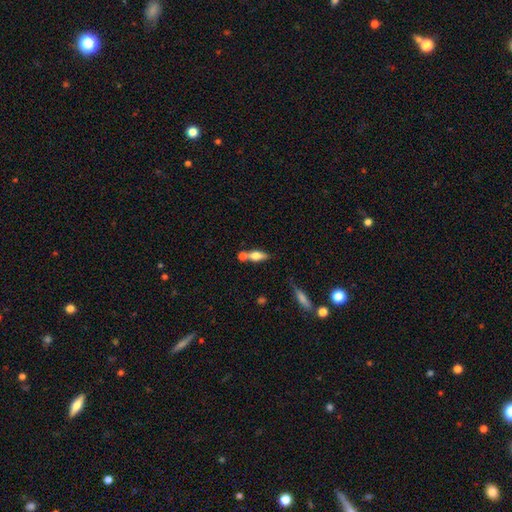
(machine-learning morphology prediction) smooth 64%, featured or disk 28%, star or artifact 8%. Down the decision tree: how rounded — in between (69%); merging — none (47%).